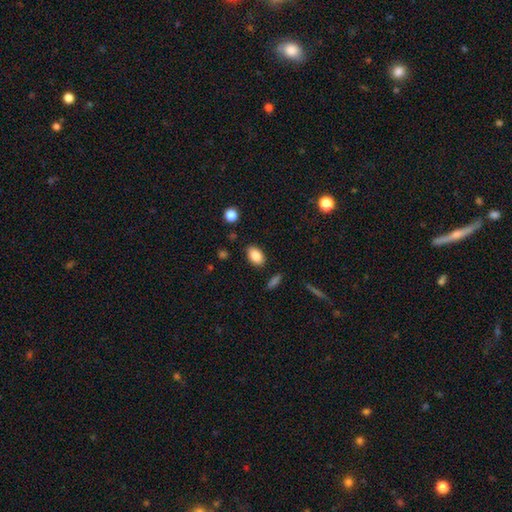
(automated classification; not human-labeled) smooth 85%, star or artifact 8%, featured or disk 7%. Down the decision tree: how rounded — in between (89%); merging — none (85%).